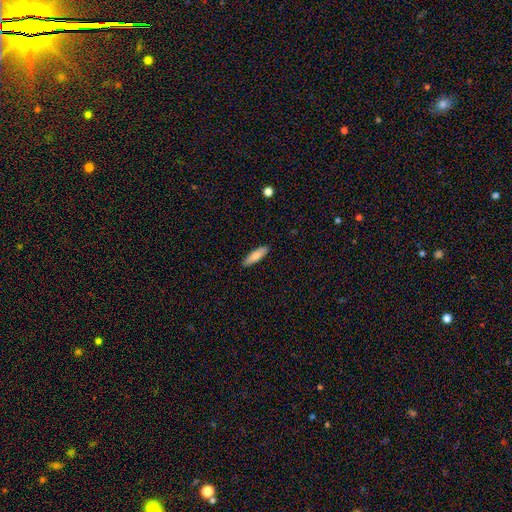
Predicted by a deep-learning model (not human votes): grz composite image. It shows a smooth galaxy with no disk features (81%) that is cigar-shaped (62%). Merging: none (90%).